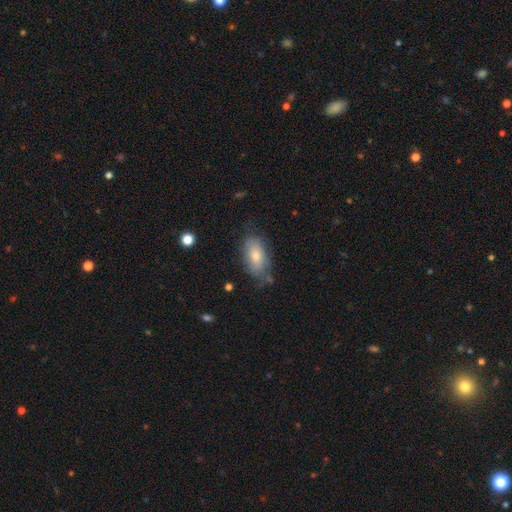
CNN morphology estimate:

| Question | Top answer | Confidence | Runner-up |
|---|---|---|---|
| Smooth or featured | smooth | 71% | featured or disk (22%) |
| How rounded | in between | 92% | cigar-shaped (4%) |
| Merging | none | 57% | minor disturbance (29%) |